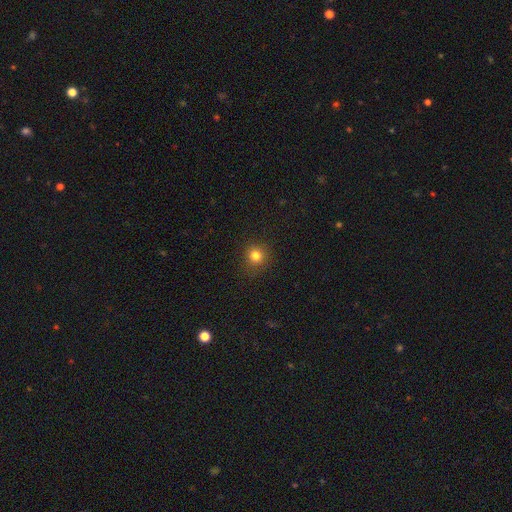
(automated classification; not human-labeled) This is clearly a smooth galaxy (80%). How rounded: clearly round (91%). Merging: clearly none (89%).